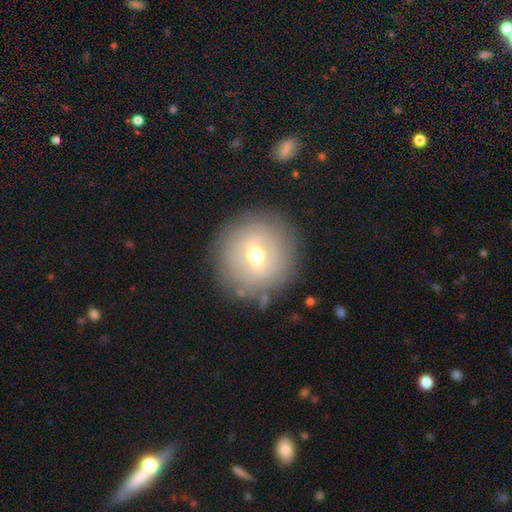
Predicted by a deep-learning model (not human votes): A featured or disk galaxy (53%). Merging: none (84%).